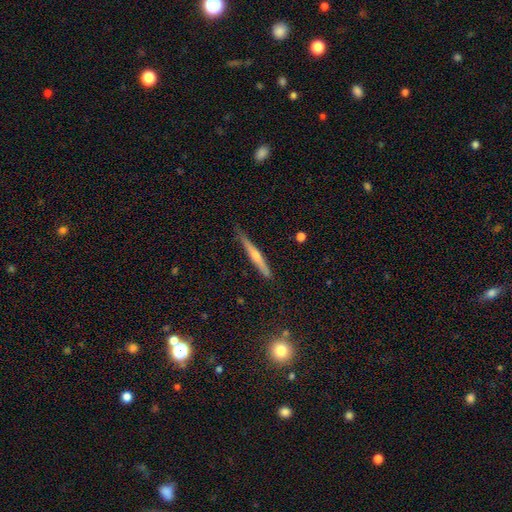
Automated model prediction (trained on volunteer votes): Morphology: type=featured or disk (60%); edge-on=yes (97%); edge-on bulge=rounded (75%); merging=none (82%).